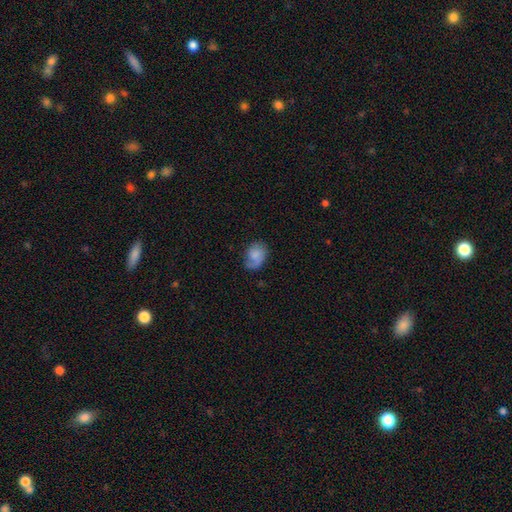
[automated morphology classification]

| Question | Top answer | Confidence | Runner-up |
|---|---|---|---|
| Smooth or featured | smooth | 63% | featured or disk (29%) |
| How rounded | in between | 68% | round (31%) |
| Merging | none | 56% | minor disturbance (27%) |